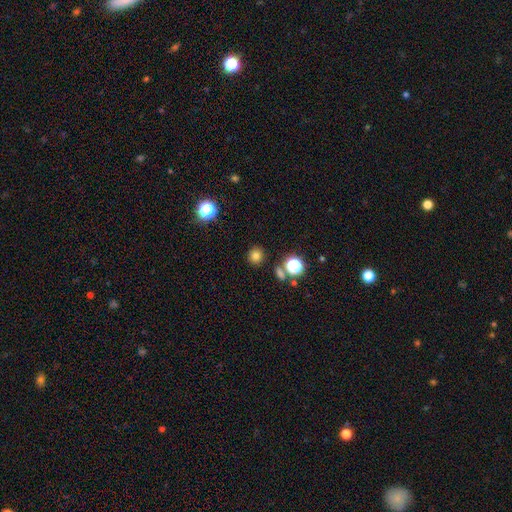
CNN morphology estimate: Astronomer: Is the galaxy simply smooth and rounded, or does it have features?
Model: smooth — 77%.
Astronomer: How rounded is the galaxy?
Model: round — 91%.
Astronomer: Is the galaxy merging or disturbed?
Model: none — 86%.